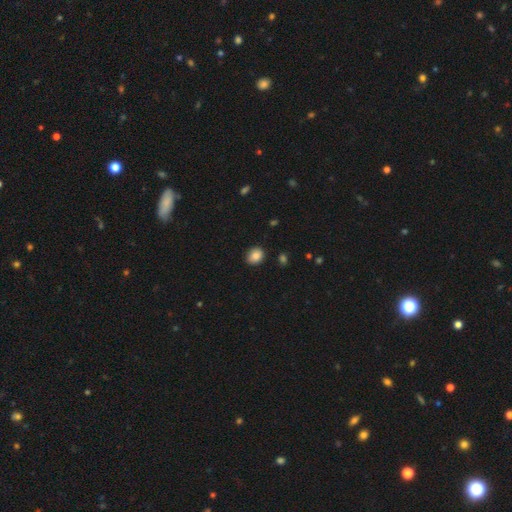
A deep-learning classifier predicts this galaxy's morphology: A smooth galaxy with no disk features (84%) that is round (63%).

Vote fractions:
- Smooth or featured? smooth: 84% / star or artifact: 9% / featured or disk: 7%
- How rounded? round: 63% / in between: 36% / cigar-shaped: 1%
- Merging? none: 88% / minor disturbance: 9% / major disturbance: 2% / merger: 1%